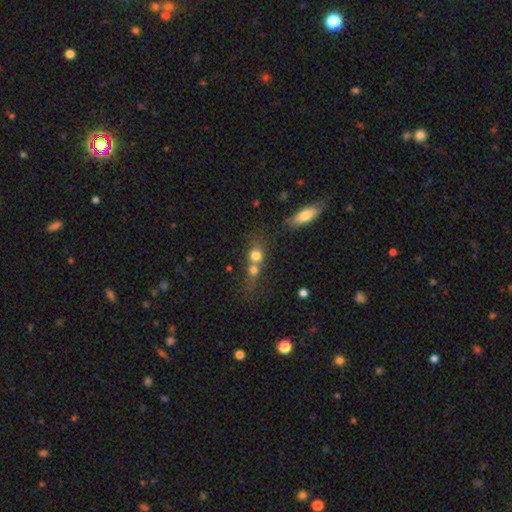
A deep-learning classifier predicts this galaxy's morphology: Overall: smooth (74%). How rounded: round (72%). Merging: merger (57%; none 30%).